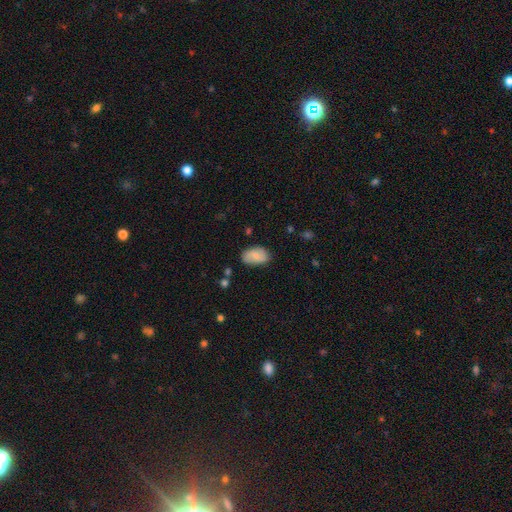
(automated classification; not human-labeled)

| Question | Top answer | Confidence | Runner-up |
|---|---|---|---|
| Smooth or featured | smooth | 70% | featured or disk (23%) |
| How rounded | in between | 91% | round (7%) |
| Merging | none | 71% | minor disturbance (21%) |